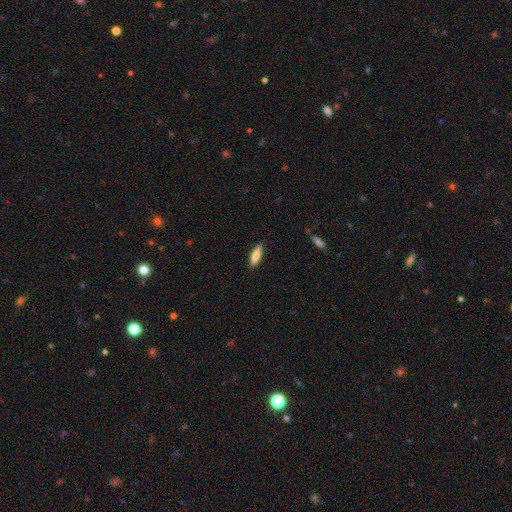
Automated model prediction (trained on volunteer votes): Q: Smooth or featured?
A: smooth (82%); runner-up: featured or disk (12%)
Q: How rounded?
A: cigar-shaped (54%); runner-up: in between (45%)
Q: Merging?
A: none (85%); runner-up: minor disturbance (12%)